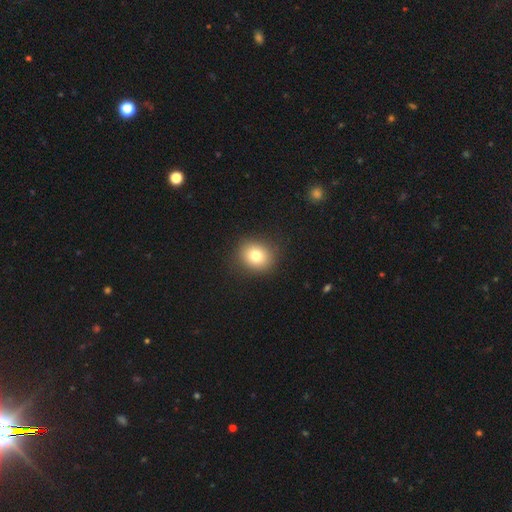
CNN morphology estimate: This is likely a smooth galaxy (79%). How rounded: likely round (70%). Merging: clearly none (90%).